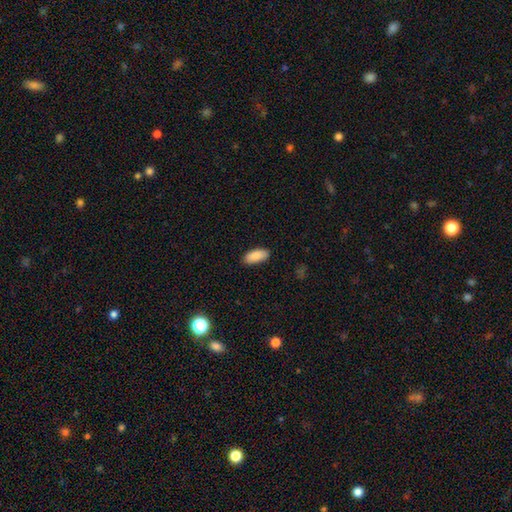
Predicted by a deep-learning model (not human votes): A smooth galaxy with no disk features (89%) that is in between round and cigar-shaped (89%).

Vote fractions:
- Smooth or featured? smooth: 89% / star or artifact: 6% / featured or disk: 5%
- How rounded? in between: 89% / cigar-shaped: 10% / round: 2%
- Merging? none: 85% / minor disturbance: 11% / major disturbance: 2% / merger: 1%